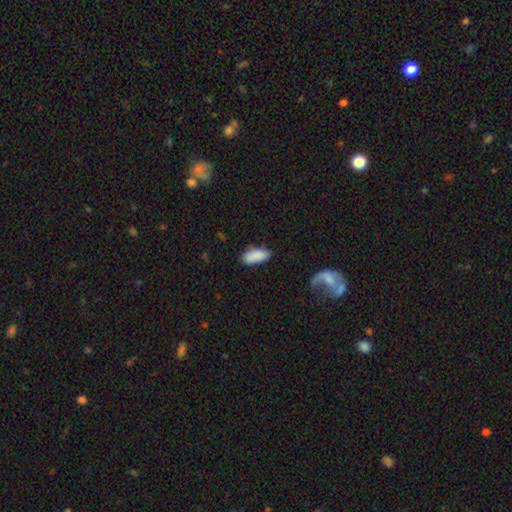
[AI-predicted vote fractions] Smooth or featured: smooth — 86% (featured or disk — 7%)
How rounded: in between — 86% (cigar-shaped — 12%)
Merging: none — 66% (minor disturbance — 24%)